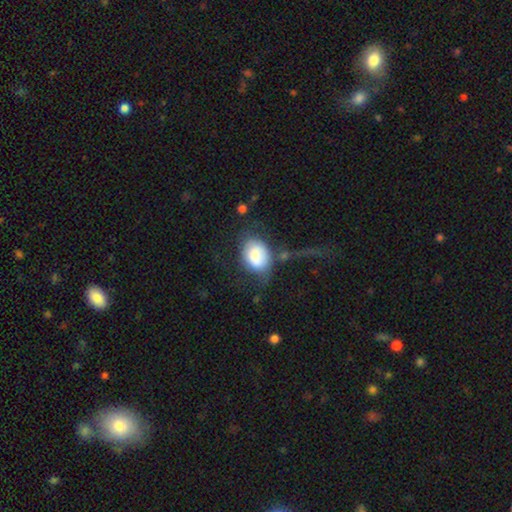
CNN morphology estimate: smooth 70%, featured or disk 23%, star or artifact 7%. Down the decision tree: how rounded — in between (67%); merging — none (42%).